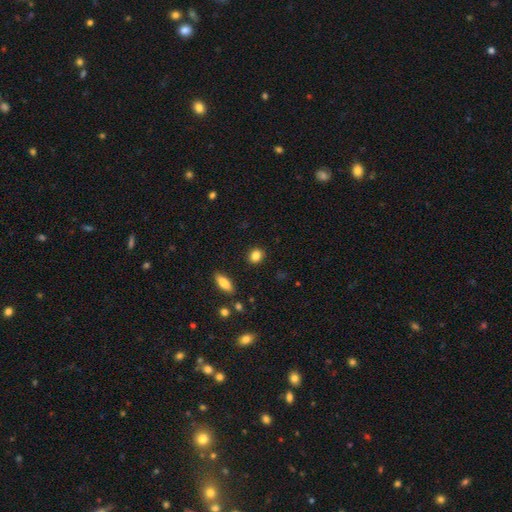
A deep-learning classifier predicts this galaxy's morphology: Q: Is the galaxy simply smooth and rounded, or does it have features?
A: smooth — 85%.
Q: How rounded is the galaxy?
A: round — 61%.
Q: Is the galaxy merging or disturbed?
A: none — 88%.